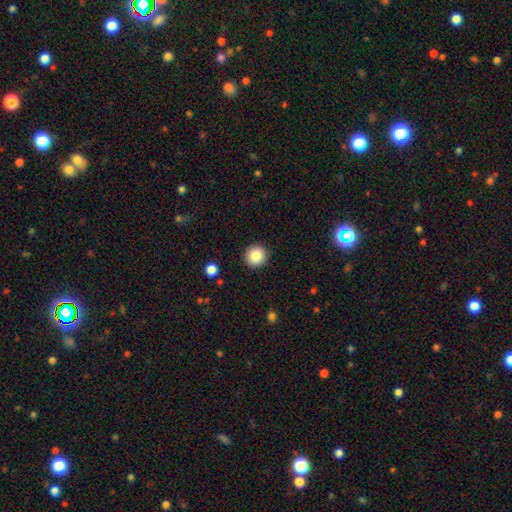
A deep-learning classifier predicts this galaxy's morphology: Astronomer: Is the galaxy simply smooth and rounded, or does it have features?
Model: smooth — 86%.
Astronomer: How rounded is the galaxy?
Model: round — 95%.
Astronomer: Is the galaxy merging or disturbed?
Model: none — 91%.